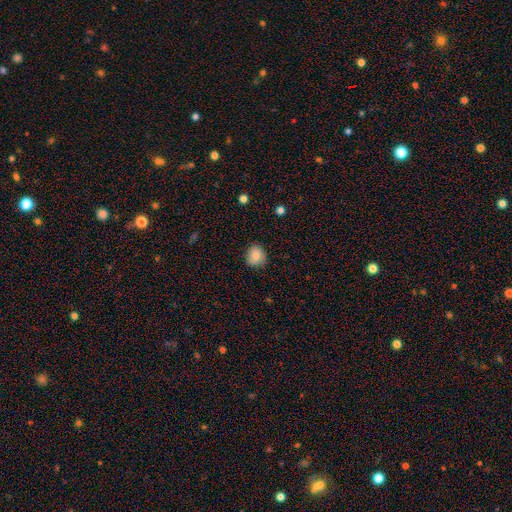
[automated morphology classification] smooth 83%, star or artifact 9%, featured or disk 8%. Down the decision tree: how rounded — round (78%); merging — none (81%).